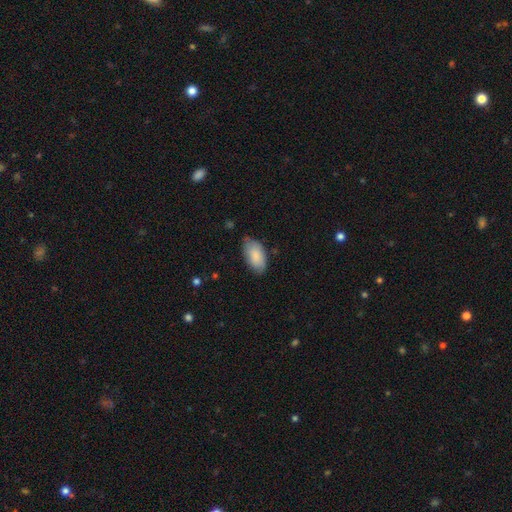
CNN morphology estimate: type=smooth (84%); roundness=in between (95%); merging=none (71%).